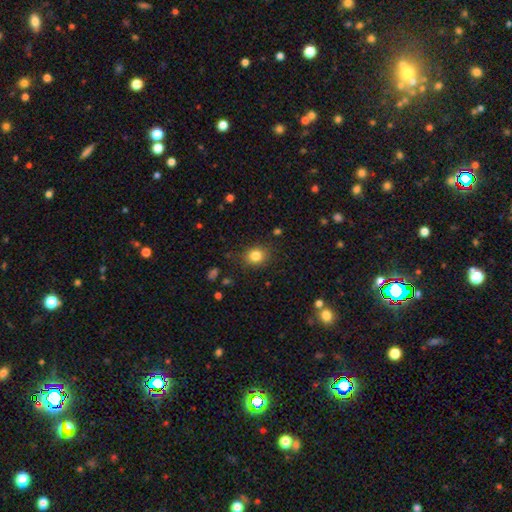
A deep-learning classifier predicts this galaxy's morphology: A smooth galaxy with no disk features (83%) that is round (66%).

Vote fractions:
- Smooth or featured? smooth: 83% / star or artifact: 11% / featured or disk: 6%
- How rounded? round: 66% / in between: 33% / cigar-shaped: 1%
- Merging? none: 84% / minor disturbance: 11% / major disturbance: 3% / merger: 1%